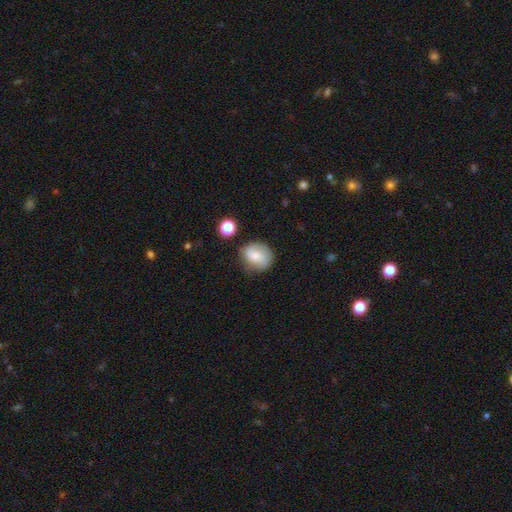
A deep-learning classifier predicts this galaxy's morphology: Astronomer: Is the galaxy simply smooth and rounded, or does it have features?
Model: smooth — 65%.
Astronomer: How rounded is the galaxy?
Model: round — 65%.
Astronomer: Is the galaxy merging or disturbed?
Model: none — 67%.